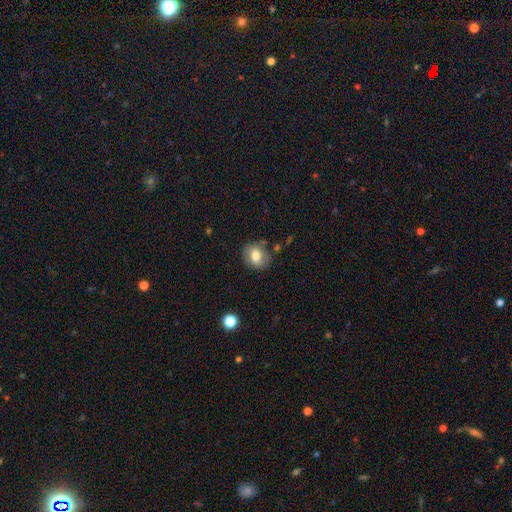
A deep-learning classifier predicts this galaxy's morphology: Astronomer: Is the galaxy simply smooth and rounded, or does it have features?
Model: smooth — 71%.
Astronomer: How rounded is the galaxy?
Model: round — 50% (runner-up: in between, 49%).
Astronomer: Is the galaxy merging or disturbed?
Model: none — 76%.